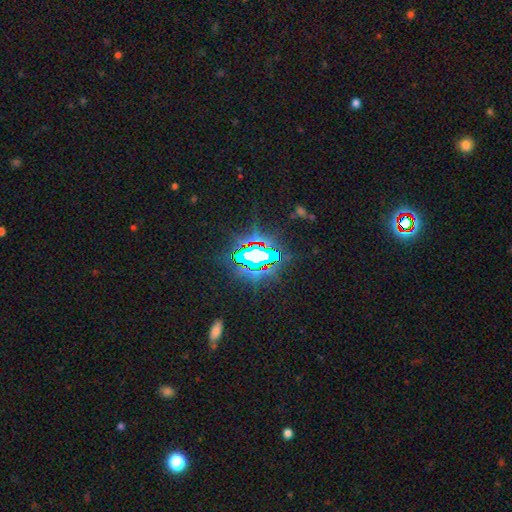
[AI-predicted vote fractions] Smooth or featured?
  - star or artifact: 76% *
  - smooth: 13%
  - featured or disk: 12%